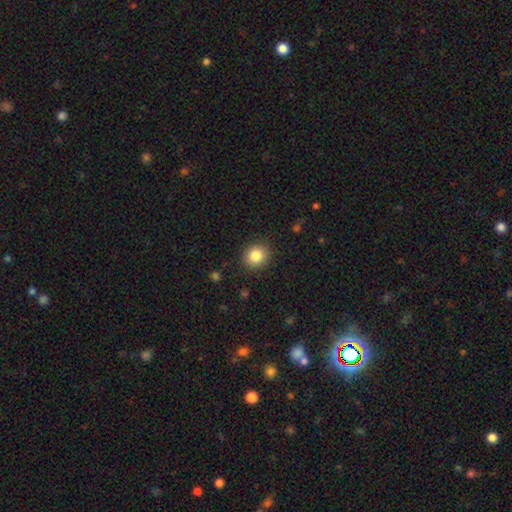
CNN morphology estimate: Q: Smooth or featured?
A: smooth (84%); runner-up: star or artifact (10%)
Q: How rounded?
A: round (77%); runner-up: in between (23%)
Q: Merging?
A: none (89%); runner-up: minor disturbance (8%)